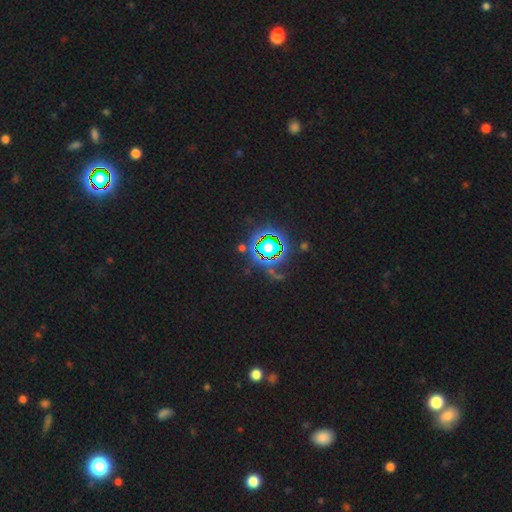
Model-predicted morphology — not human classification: Smooth or featured?
  - star or artifact: 83% *
  - smooth: 10%
  - featured or disk: 7%